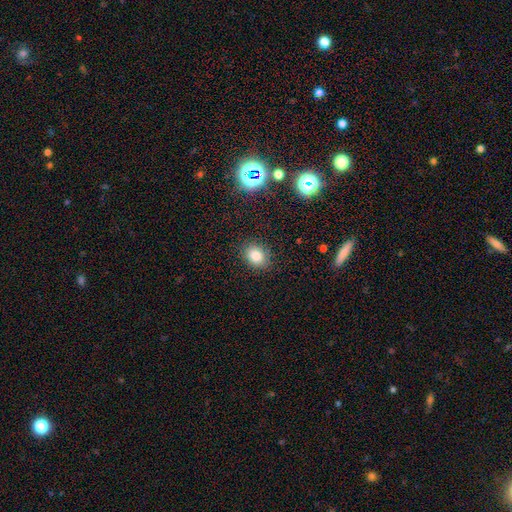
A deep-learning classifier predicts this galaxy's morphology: Smooth or featured? Predicted: smooth (p=0.82). How rounded? Predicted: in between (p=0.55). Merging? Predicted: none (p=0.86).